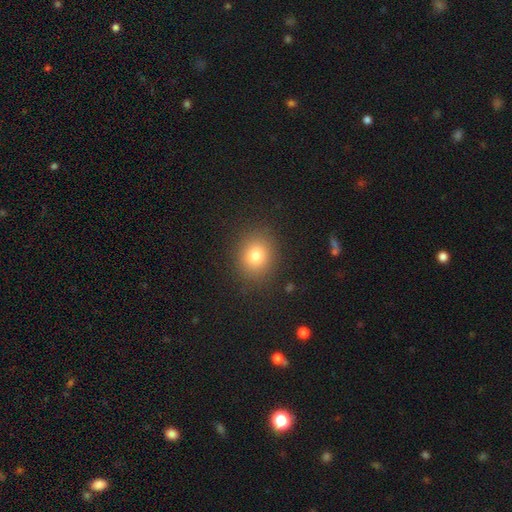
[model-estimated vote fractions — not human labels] Morphology: type=smooth (79%); roundness=round (67%); merging=none (87%).